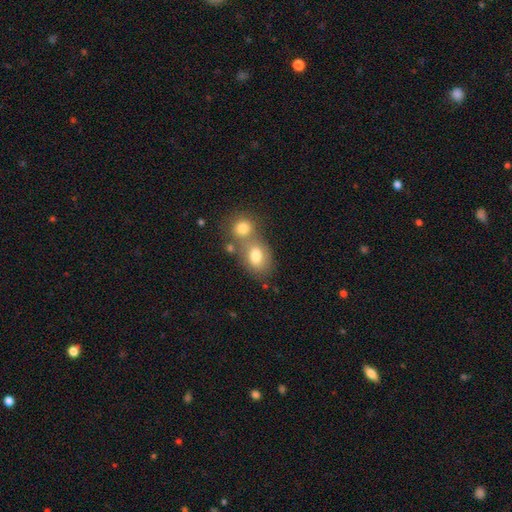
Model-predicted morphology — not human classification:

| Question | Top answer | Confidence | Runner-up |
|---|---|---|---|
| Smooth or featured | smooth | 76% | featured or disk (14%) |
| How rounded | in between | 59% | round (40%) |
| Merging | merger | 43% | none (42%) |